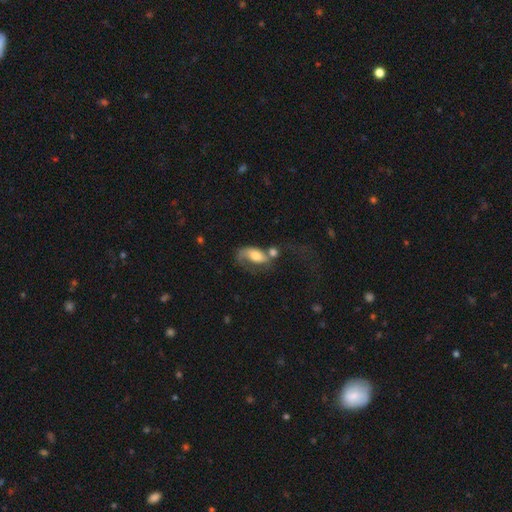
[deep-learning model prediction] A smooth galaxy with no disk features (48%).

Vote fractions:
- Smooth or featured? smooth: 48% / featured or disk: 44% / star or artifact: 7%
- Merging? merger: 39% / major disturbance: 27% / none: 20% / minor disturbance: 13%